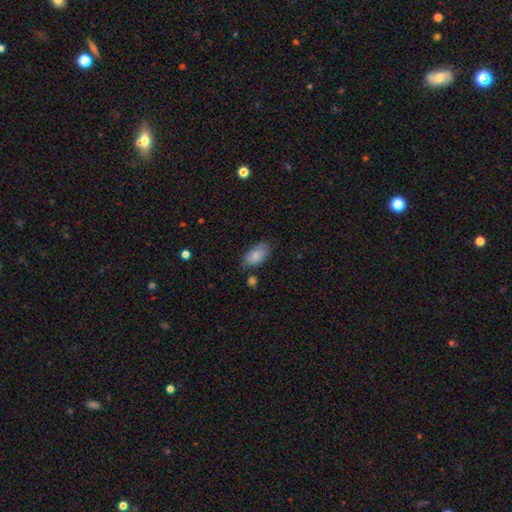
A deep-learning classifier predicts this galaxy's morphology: A smooth galaxy with no disk features (84%) that is in between round and cigar-shaped (93%).

Vote fractions:
- Smooth or featured? smooth: 84% / featured or disk: 9% / star or artifact: 7%
- How rounded? in between: 93% / round: 5% / cigar-shaped: 2%
- Merging? none: 72% / minor disturbance: 19% / merger: 4% / major disturbance: 4%